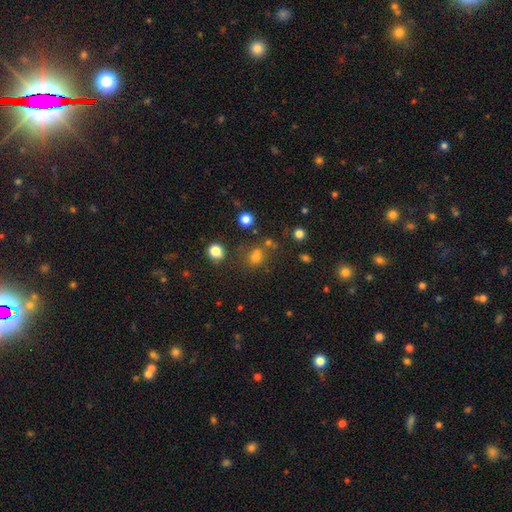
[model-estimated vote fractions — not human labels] Smooth or featured?
  - smooth: 64% *
  - star or artifact: 27%
  - featured or disk: 9%
How rounded?
  - round: 61% *
  - in between: 38%
  - cigar-shaped: 1%
Merging?
  - none: 63% *
  - merger: 18%
  - minor disturbance: 13%
  - major disturbance: 7%